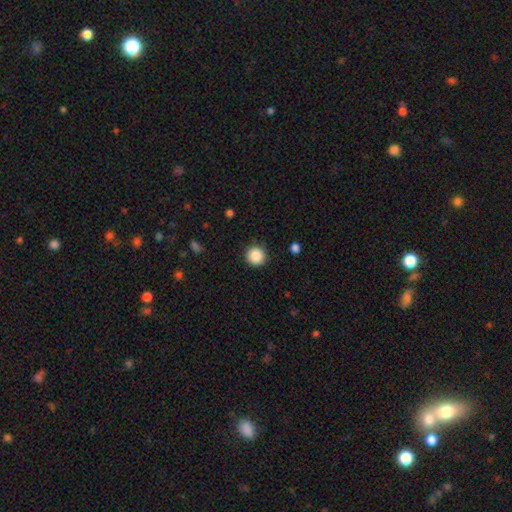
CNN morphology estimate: A smooth galaxy with no disk features (88%) that is round (96%). Merging: none (91%).